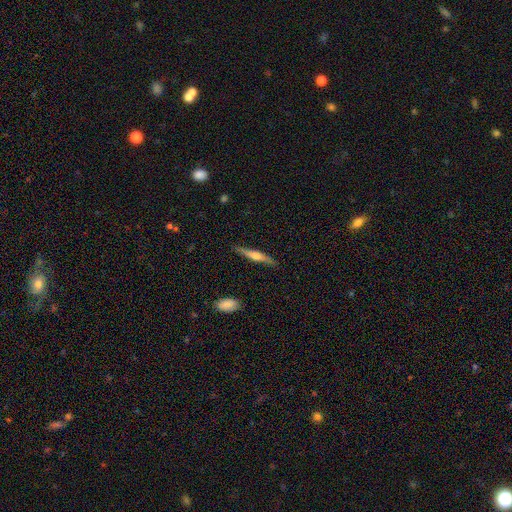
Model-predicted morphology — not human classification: A featured or disk galaxy (59%) viewed edge-on (96%) with a rounded central bulge (88%).

Vote fractions:
- Smooth or featured? featured or disk: 59% / smooth: 35% / star or artifact: 6%
- Edge-on disk? yes: 96% / no: 4%
- Edge-on bulge? rounded: 88% / none: 6% / boxy: 6%
- Merging? none: 87% / minor disturbance: 10% / major disturbance: 2% / merger: 1%